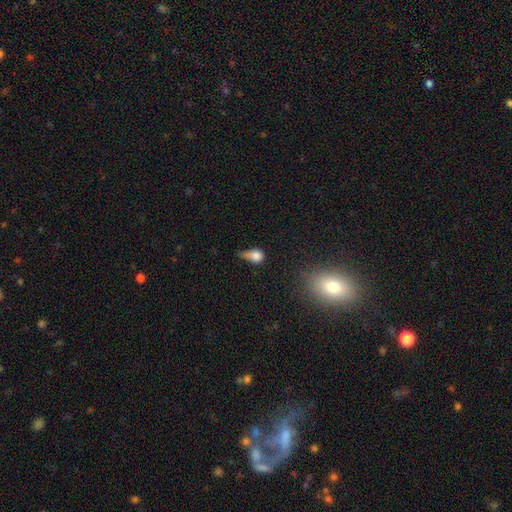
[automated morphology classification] This is likely a smooth galaxy (74%). How rounded: possibly in between (53%). Merging: marginally major disturbance (36%, tied with minor disturbance).